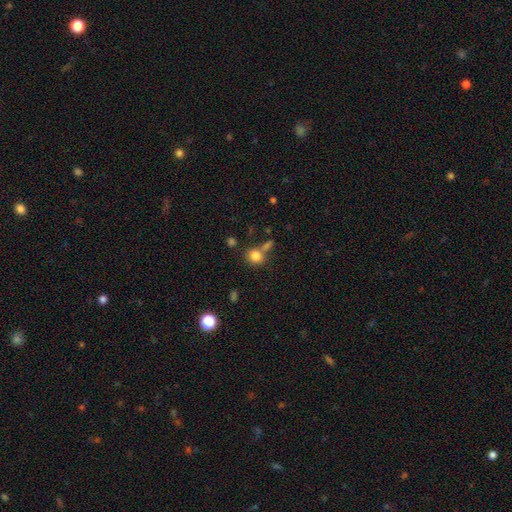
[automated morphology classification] Smooth or featured?
  - smooth: 81% *
  - star or artifact: 12%
  - featured or disk: 7%
How rounded?
  - round: 79% *
  - in between: 20%
  - cigar-shaped: 1%
Merging?
  - none: 59% *
  - merger: 23%
  - minor disturbance: 12%
  - major disturbance: 6%